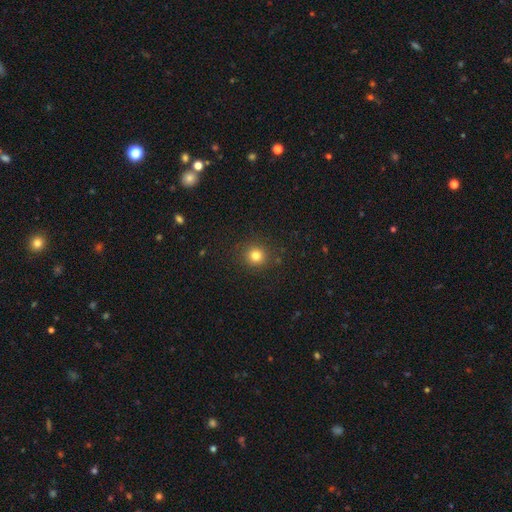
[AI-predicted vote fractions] This is clearly a smooth galaxy (81%). How rounded: clearly round (90%). Merging: clearly none (89%).